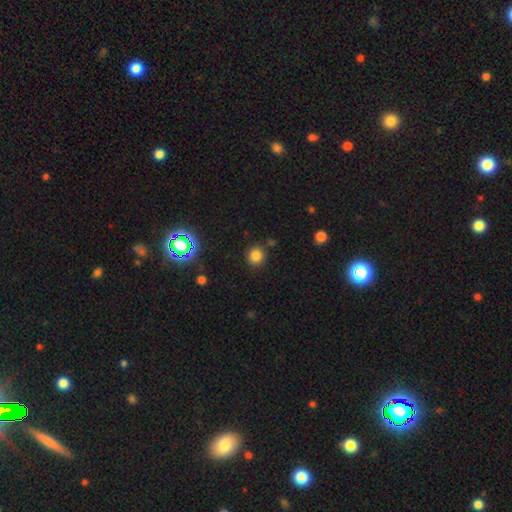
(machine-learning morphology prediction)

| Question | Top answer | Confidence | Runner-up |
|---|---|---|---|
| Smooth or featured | smooth | 80% | star or artifact (15%) |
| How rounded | round | 91% | in between (8%) |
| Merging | none | 85% | minor disturbance (8%) |